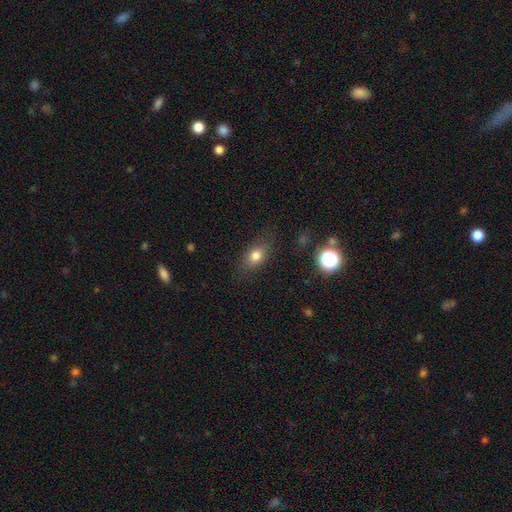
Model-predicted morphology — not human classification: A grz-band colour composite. It shows a smooth galaxy with no disk features (77%) that is in between round and cigar-shaped (68%). Merging: none (79%).